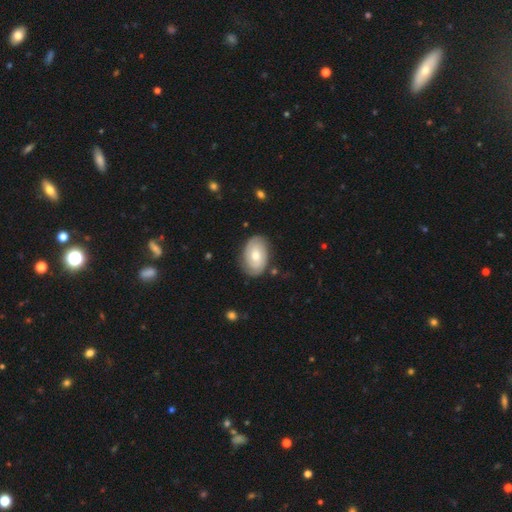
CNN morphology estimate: Q: Smooth or featured?
A: featured or disk (50%); runner-up: smooth (44%)
Q: Merging?
A: none (81%); runner-up: minor disturbance (14%)